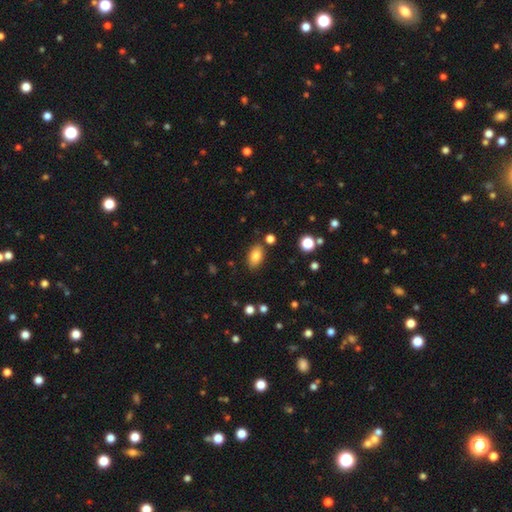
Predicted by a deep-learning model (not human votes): The model was most divided on "merging": none: 83%, minor disturbance: 11%, merger: 4%, major disturbance: 3%. More confident: how rounded — in between (89%); smooth or featured — smooth (82%).